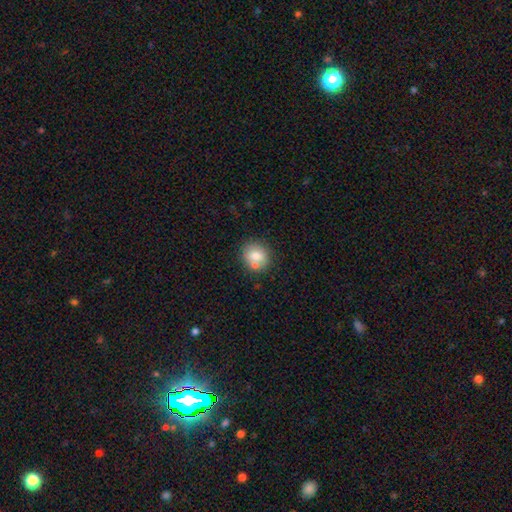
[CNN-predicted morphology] Smooth or featured: smooth — 76% (featured or disk — 15%)
How rounded: round — 78% (in between — 21%)
Merging: none — 66% (merger — 19%)